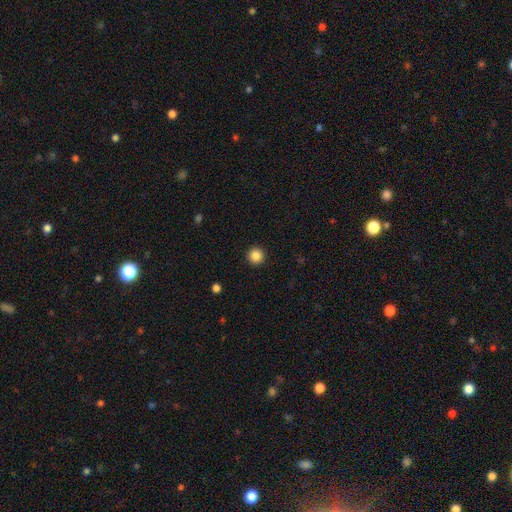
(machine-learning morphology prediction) A smooth galaxy with no disk features (86%) that is round (96%). Merging: none (93%).